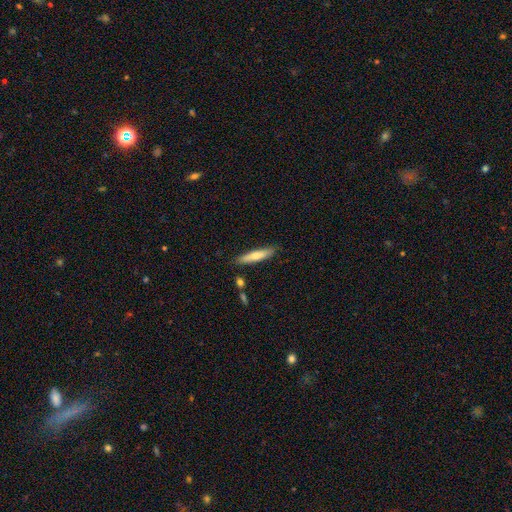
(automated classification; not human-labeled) This is likely a smooth galaxy (64%). How rounded: clearly cigar-shaped (87%). Merging: clearly none (85%).